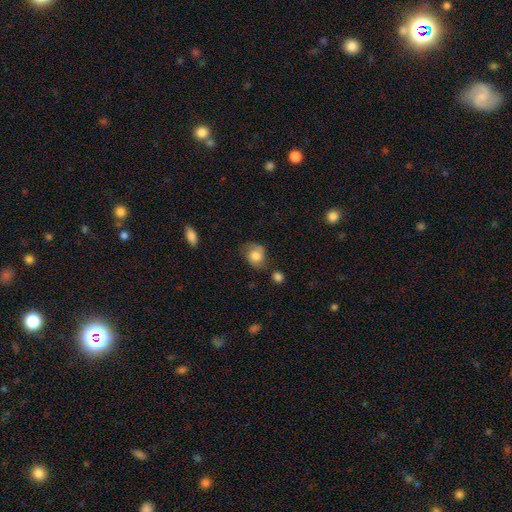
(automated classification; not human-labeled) A smooth galaxy with no disk features (58%) that is round (57%).

Vote fractions:
- Smooth or featured? smooth: 58% / featured or disk: 33% / star or artifact: 8%
- How rounded? round: 57% / in between: 42% / cigar-shaped: 1%
- Merging? none: 55% / minor disturbance: 28% / major disturbance: 13% / merger: 4%